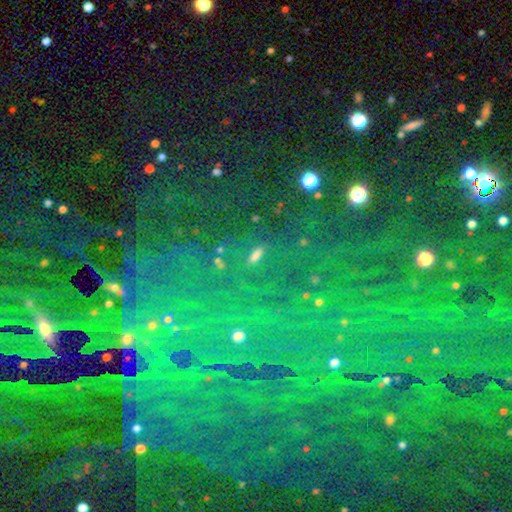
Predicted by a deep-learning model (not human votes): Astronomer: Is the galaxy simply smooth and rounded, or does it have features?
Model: smooth — 44% (runner-up: star or artifact, 38%).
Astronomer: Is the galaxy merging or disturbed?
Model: none — 73%.